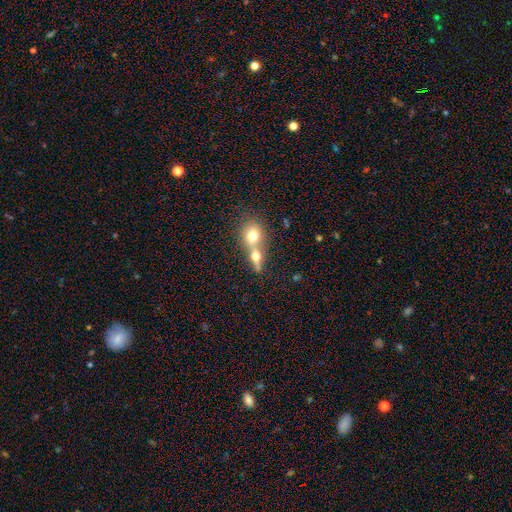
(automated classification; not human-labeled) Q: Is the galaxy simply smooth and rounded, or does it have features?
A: smooth — 64%.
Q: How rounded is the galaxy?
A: round — 56%.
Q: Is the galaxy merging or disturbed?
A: merger — 67%.